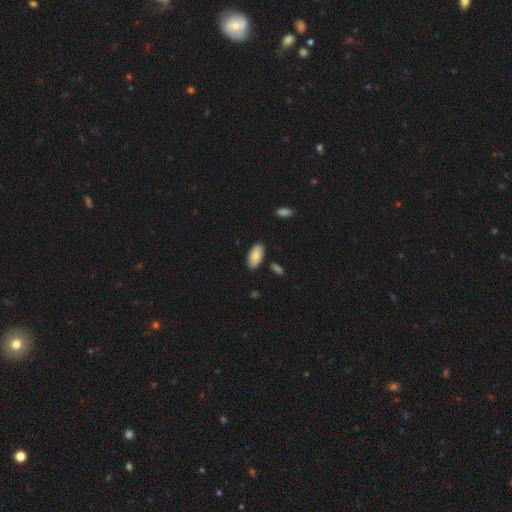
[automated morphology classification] smooth_or_featured: smooth (p=0.83) [alt: featured or disk p=0.11]
how_rounded: in between (p=0.94) [alt: cigar-shaped p=0.04]
merging: none (p=0.84) [alt: minor disturbance p=0.11]